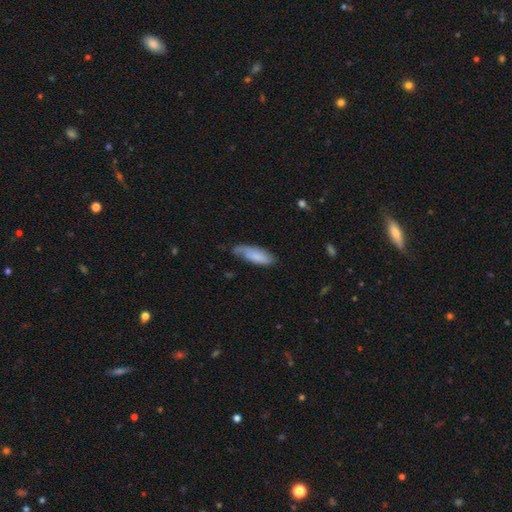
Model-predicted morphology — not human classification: smooth 70%, featured or disk 24%, star or artifact 6%. Down the decision tree: how rounded — in between (63%); merging — none (50%).